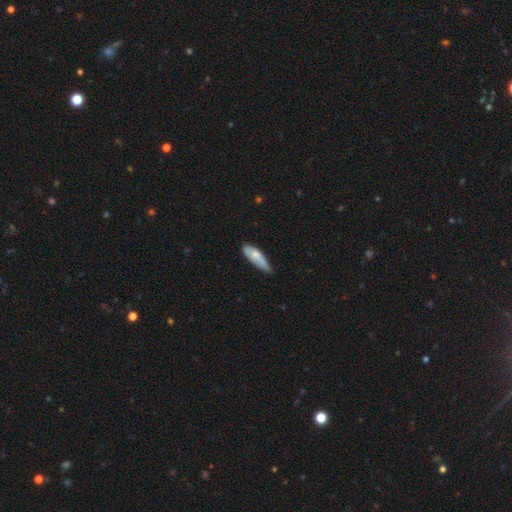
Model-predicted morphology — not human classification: Smooth or featured? Predicted: smooth (p=0.68). How rounded? Predicted: in between (p=0.55). Merging? Predicted: none (p=0.53).